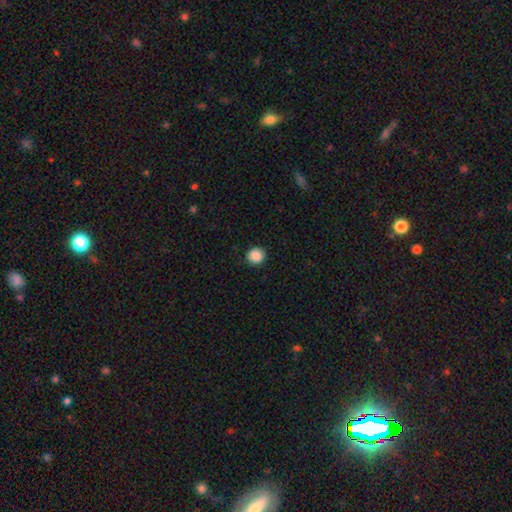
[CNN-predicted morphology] This appears to be a smooth galaxy with no disk features (88%) that is round (91%). Merging: none (91%).